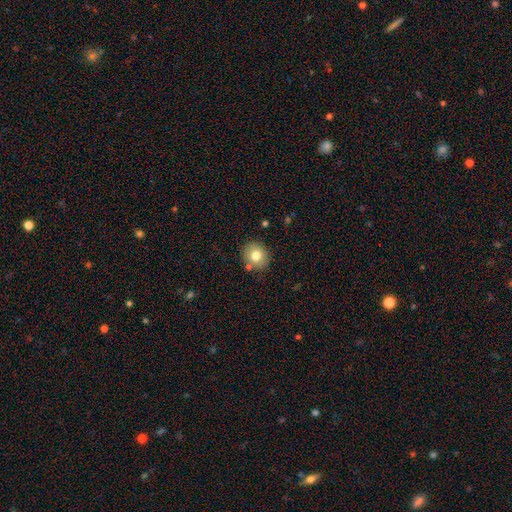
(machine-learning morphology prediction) A smooth galaxy with no disk features (76%) that is round (79%). Merging: none (81%).